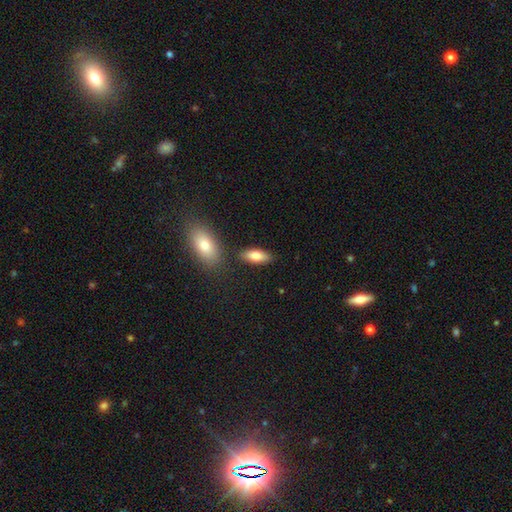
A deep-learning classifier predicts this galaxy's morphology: Q: Smooth or featured?
A: smooth (81%); runner-up: featured or disk (13%)
Q: How rounded?
A: in between (81%); runner-up: cigar-shaped (16%)
Q: Merging?
A: none (80%); runner-up: minor disturbance (11%)